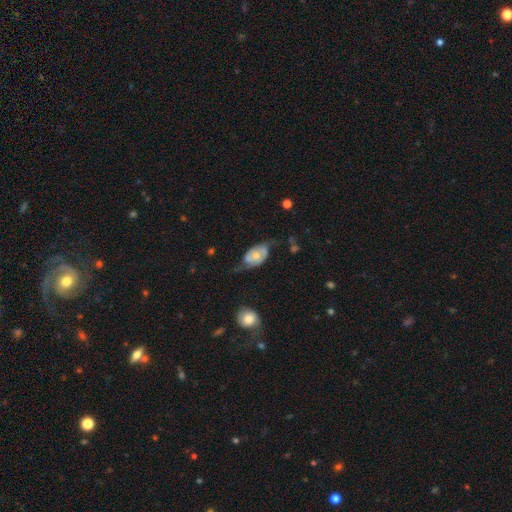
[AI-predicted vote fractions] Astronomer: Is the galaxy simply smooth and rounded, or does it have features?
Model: featured or disk — 56% (runner-up: smooth, 37%).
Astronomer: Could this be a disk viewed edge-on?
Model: no — 90%.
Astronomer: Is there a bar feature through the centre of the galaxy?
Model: no — 74%.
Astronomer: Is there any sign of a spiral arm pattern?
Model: yes — 62% (runner-up: no, 38%).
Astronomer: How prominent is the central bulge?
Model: moderate — 55% (runner-up: small, 35%).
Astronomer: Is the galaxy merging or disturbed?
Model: none — 41% (runner-up: minor disturbance, 31%).